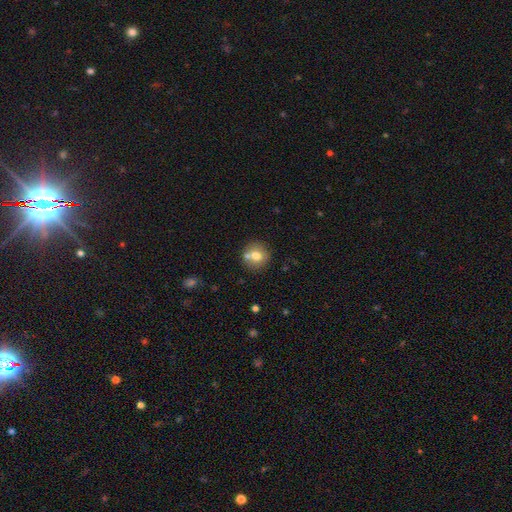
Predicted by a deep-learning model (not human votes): This is likely a smooth galaxy (72%). How rounded: clearly round (89%). Merging: likely none (71%).